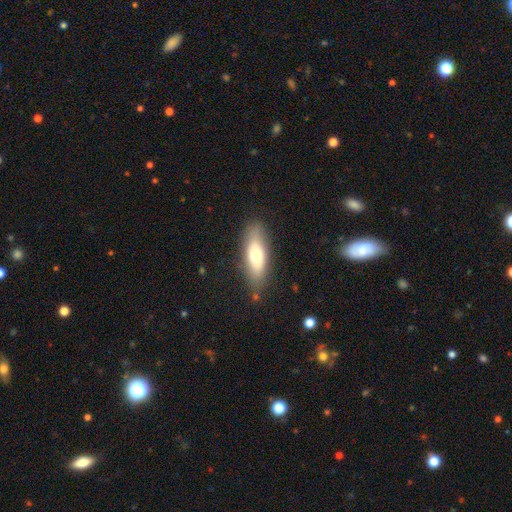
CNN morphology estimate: This is likely a smooth galaxy (65%). How rounded: likely in between (63%). Merging: clearly none (81%).